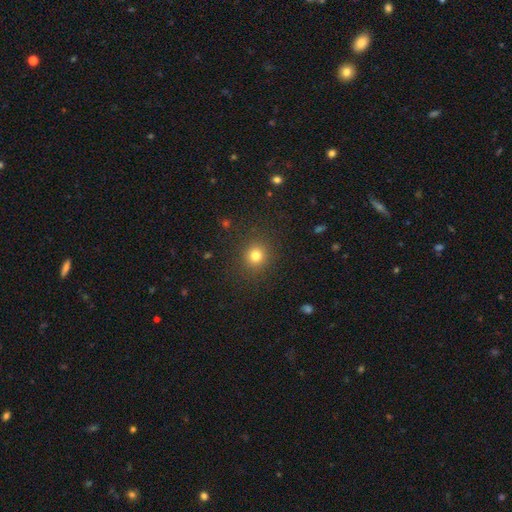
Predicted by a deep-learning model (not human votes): A smooth galaxy with no disk features (79%) that is round (89%).

Vote fractions:
- Smooth or featured? smooth: 79% / star or artifact: 15% / featured or disk: 6%
- How rounded? round: 89% / in between: 10% / cigar-shaped: 1%
- Merging? none: 89% / minor disturbance: 7% / major disturbance: 3% / merger: 1%